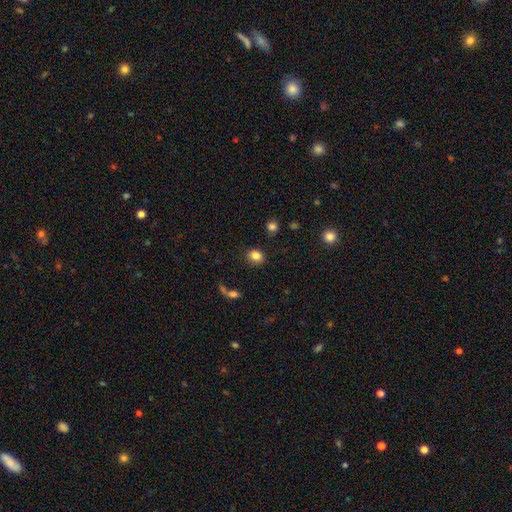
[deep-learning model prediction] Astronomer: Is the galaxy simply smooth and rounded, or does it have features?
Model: smooth — 83%.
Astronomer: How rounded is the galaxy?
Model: round — 60% (runner-up: in between, 39%).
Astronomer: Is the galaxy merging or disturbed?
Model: none — 86%.